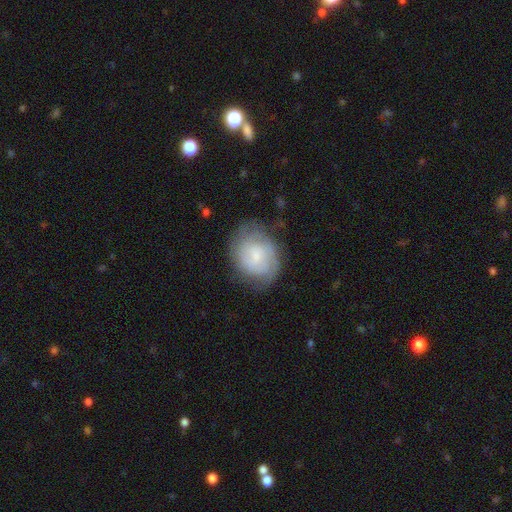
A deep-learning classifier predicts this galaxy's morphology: Smooth or featured?
  - featured or disk: 58% *
  - smooth: 33%
  - star or artifact: 8%
Edge-on disk?
  - no: 97% *
  - yes: 3%
Bar?
  - no: 60% *
  - weak: 35%
  - strong: 5%
Spiral arms?
  - yes: 86% *
  - no: 14%
Bulge size?
  - small: 51% *
  - moderate: 28%
  - none: 14%
  - large: 5%
  - dominant: 2%
Merging?
  - none: 69% *
  - minor disturbance: 21%
  - major disturbance: 8%
  - merger: 1%